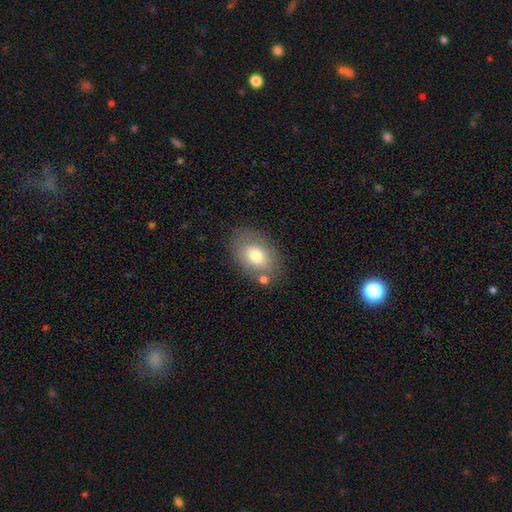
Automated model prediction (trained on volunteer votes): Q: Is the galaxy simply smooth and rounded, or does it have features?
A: smooth — 75%.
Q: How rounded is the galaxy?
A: in between — 82%.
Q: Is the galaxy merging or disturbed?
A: none — 74%.